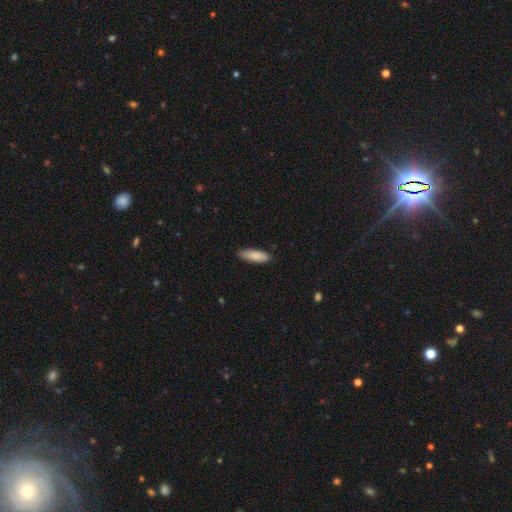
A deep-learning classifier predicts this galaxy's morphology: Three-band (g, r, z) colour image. It shows a smooth galaxy with no disk features (86%) that is in between round and cigar-shaped (55%). Merging: none (85%).